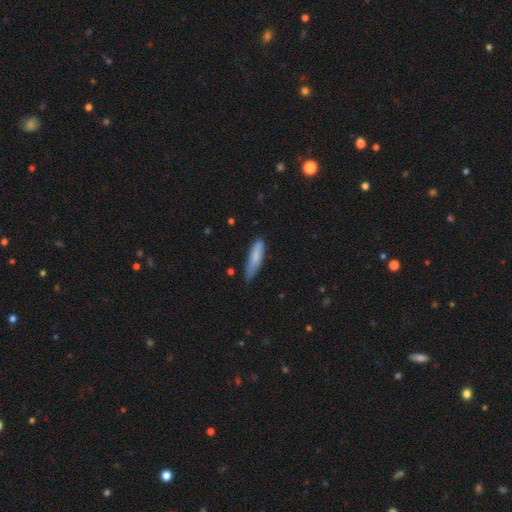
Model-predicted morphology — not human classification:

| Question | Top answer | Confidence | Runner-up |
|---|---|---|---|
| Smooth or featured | smooth | 79% | featured or disk (15%) |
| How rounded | cigar-shaped | 76% | in between (22%) |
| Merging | none | 62% | minor disturbance (31%) |